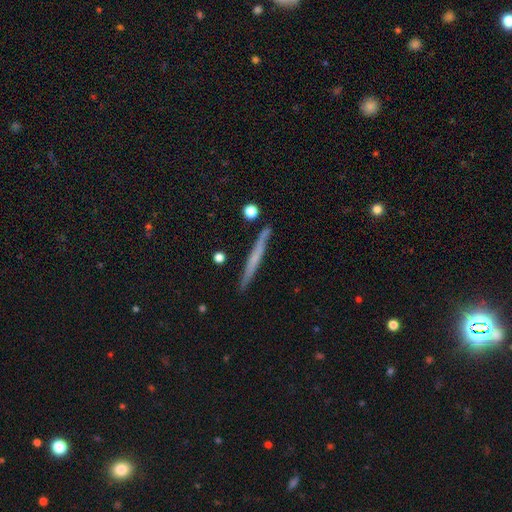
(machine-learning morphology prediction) Q: Smooth or featured?
A: featured or disk (50%); runner-up: smooth (43%)
Q: Edge-on disk?
A: yes (97%); runner-up: no (3%)
Q: Merging?
A: none (89%); runner-up: minor disturbance (7%)